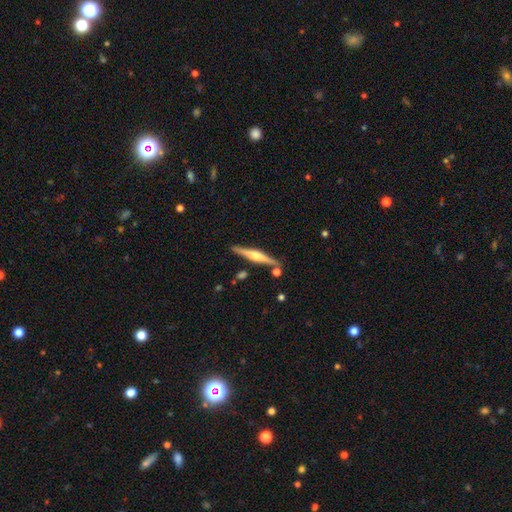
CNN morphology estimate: Smooth or featured? Predicted: featured or disk (p=0.70). Edge-on disk? Predicted: yes (p=0.98). Edge-on bulge? Predicted: rounded (p=0.84). Merging? Predicted: none (p=0.85).